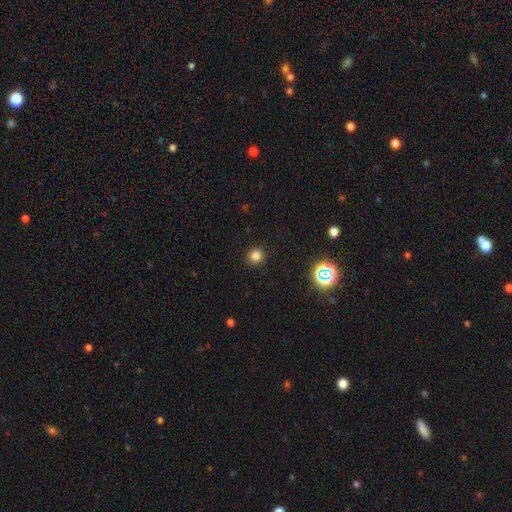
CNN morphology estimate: smooth 80%, star or artifact 15%, featured or disk 4%. Down the decision tree: how rounded — round (90%); merging — none (92%).